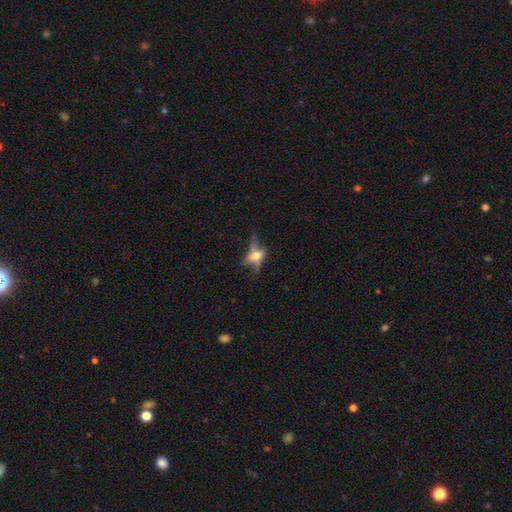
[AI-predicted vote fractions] The model was most divided on "smooth or featured": featured or disk: 52%, smooth: 34%, star or artifact: 13%. Remaining: edge-on disk — yes (68%); merging — none (50%).